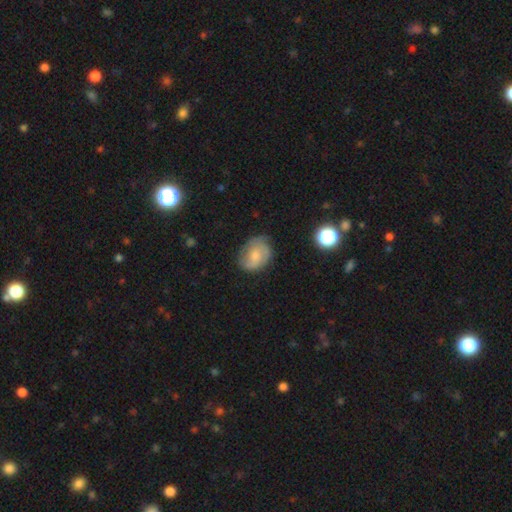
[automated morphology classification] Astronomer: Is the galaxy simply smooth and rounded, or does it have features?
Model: featured or disk — 49% (runner-up: smooth, 43%).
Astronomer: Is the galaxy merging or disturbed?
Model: none — 66%.